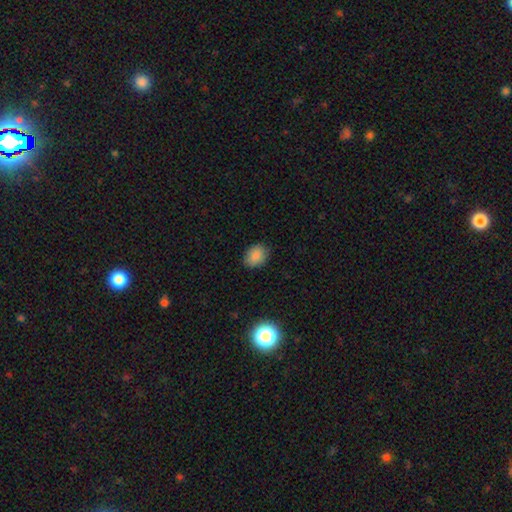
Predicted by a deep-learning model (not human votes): Smooth or featured? Predicted: smooth (p=0.84). How rounded? Predicted: in between (p=0.58). Merging? Predicted: none (p=0.84).